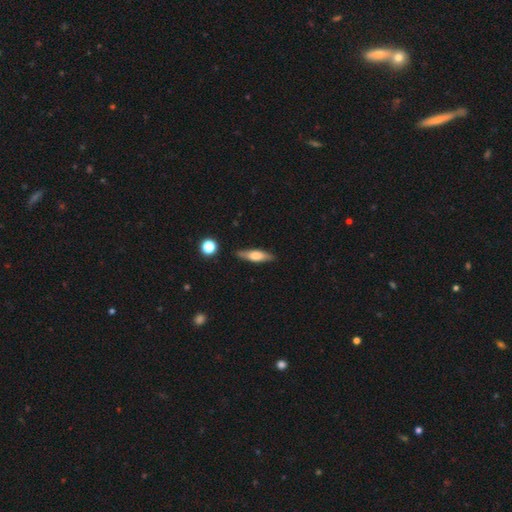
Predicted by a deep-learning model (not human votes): The model was most divided on "smooth or featured": smooth: 54%, featured or disk: 39%, star or artifact: 7%. More confident: merging — none (83%); how rounded — cigar-shaped (61%).